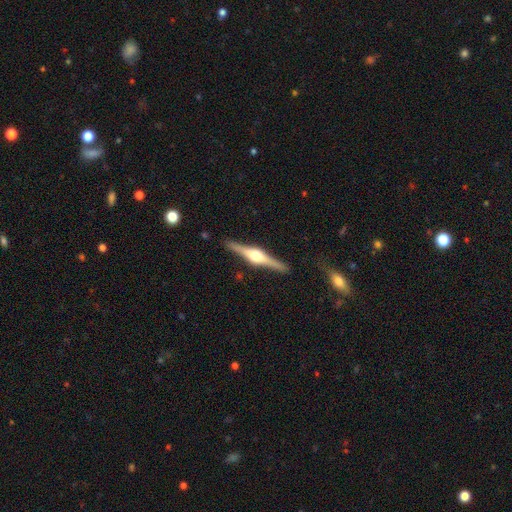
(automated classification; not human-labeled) This is clearly a featured or disk galaxy (83%). It is clearly viewed edge-on (98%). Edge-on bulge: clearly rounded (92%). Merging: clearly none (91%).